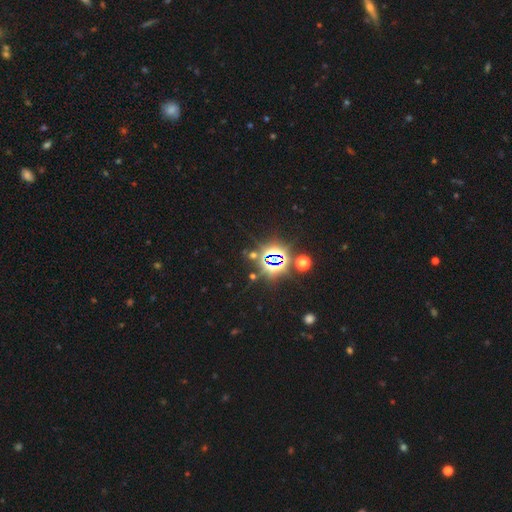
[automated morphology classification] smooth_or_featured: star or artifact (p=0.80) [alt: smooth p=0.12]